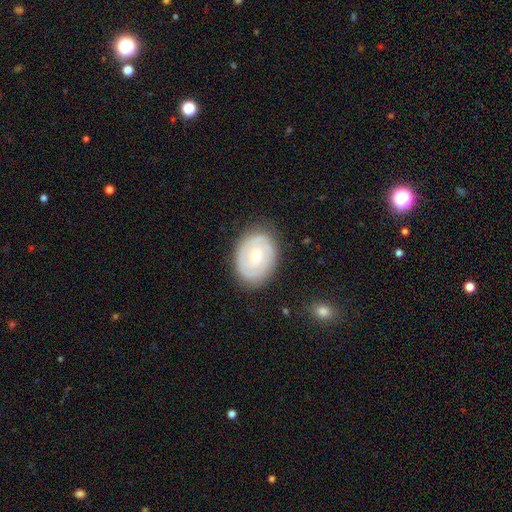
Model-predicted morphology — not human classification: The model was most divided on "bulge size": small: 52%, moderate: 44%, large: 2%, none: 1%, dominant: 1%. Remaining: edge-on disk — no (97%); merging — none (82%); spiral arms — yes (80%); spiral winding — tight (72%); bar — no (70%); smooth or featured — featured or disk (66%); spiral arm count — 2 (49%).